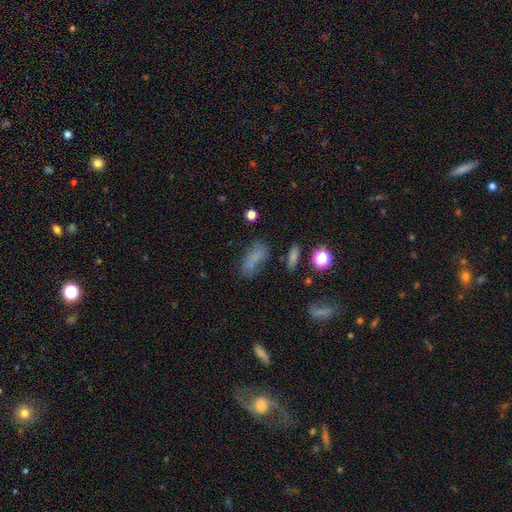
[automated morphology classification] This is likely a smooth galaxy (72%). How rounded: likely in between (78%). Merging: possibly none (57%).